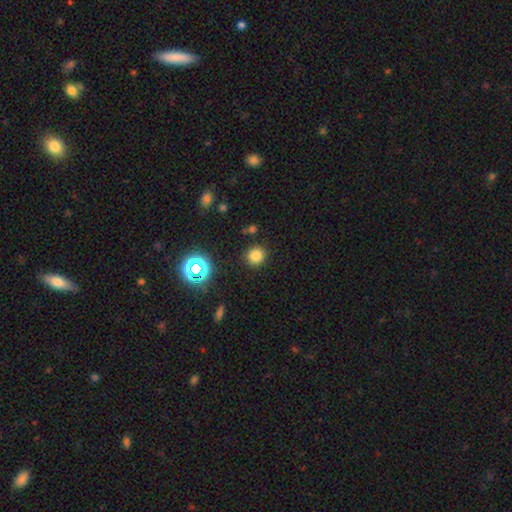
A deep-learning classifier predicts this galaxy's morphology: Smooth or featured? Predicted: smooth (p=0.78). How rounded? Predicted: round (p=0.88). Merging? Predicted: none (p=0.88).